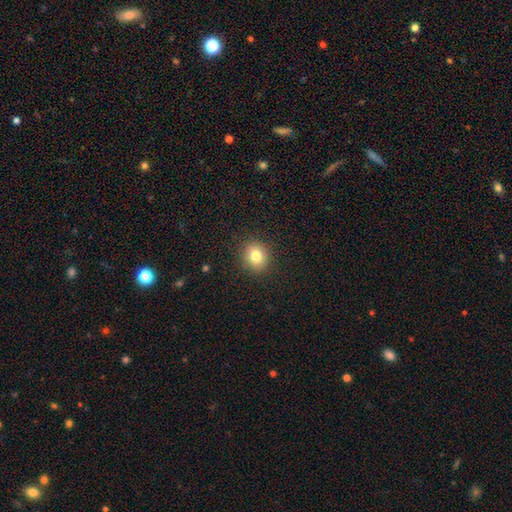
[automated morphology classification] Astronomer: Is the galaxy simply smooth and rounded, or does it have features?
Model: smooth — 80%.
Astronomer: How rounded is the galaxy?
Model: round — 75%.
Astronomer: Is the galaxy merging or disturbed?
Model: none — 90%.